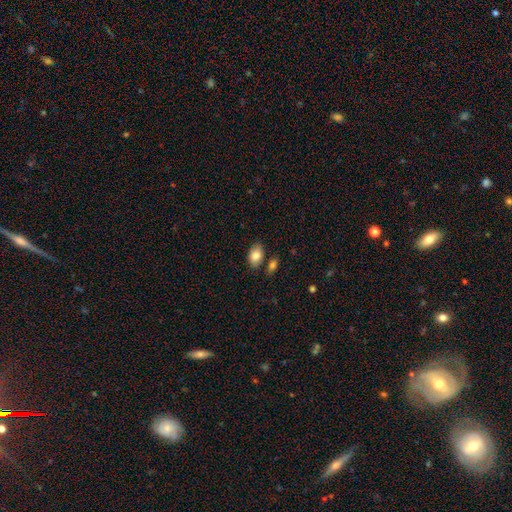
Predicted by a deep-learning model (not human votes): The model was most divided on "merging": none: 76%, minor disturbance: 12%, merger: 9%, major disturbance: 3%. More confident: how rounded — in between (89%); smooth or featured — smooth (83%).